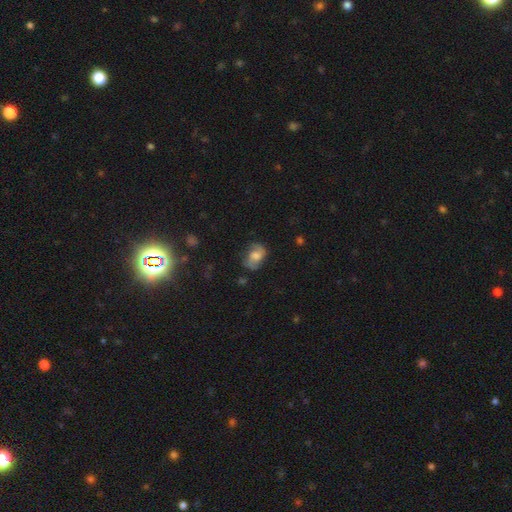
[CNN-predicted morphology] Smooth or featured? featured or disk (48%)
Merging? none (60%)